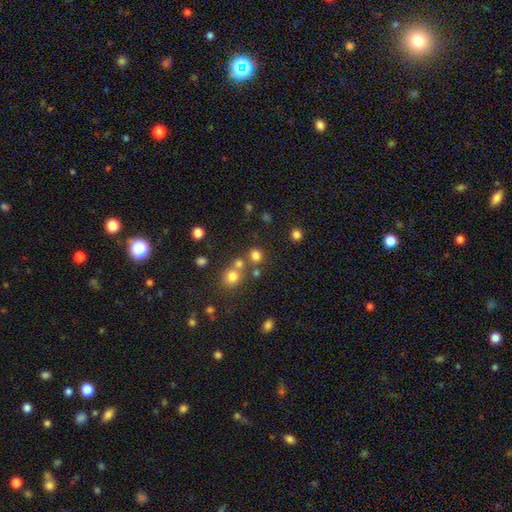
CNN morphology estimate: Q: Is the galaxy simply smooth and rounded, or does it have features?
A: smooth — 74%.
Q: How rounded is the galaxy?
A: round — 87%.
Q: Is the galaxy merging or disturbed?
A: none — 67%.